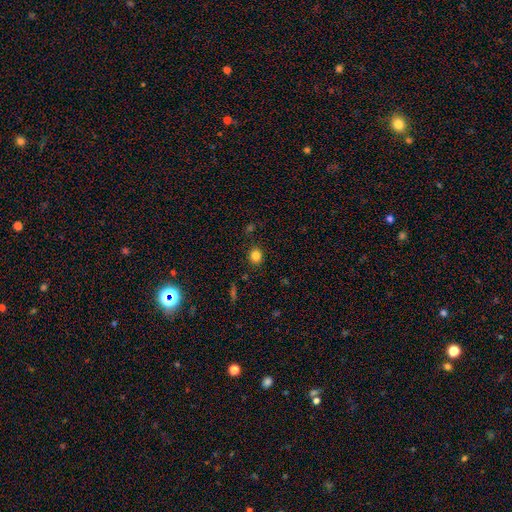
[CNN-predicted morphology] smooth_or_featured: smooth (p=0.83) [alt: star or artifact p=0.12]
how_rounded: round (p=0.81) [alt: in between p=0.18]
merging: none (p=0.89) [alt: minor disturbance p=0.07]